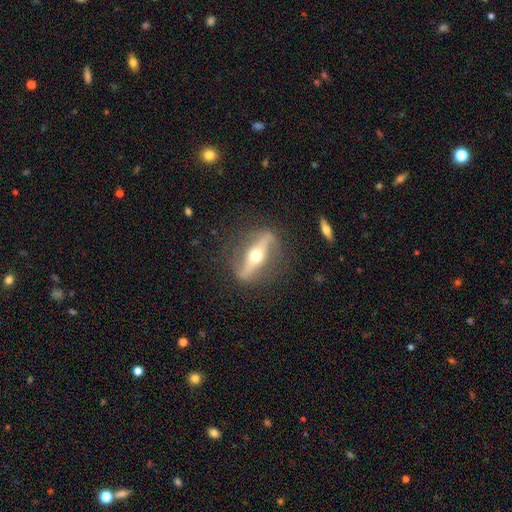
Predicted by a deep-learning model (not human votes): This appears to be a featured or disk galaxy (78%) viewed edge-on (66%) with a rounded central bulge (95%). Merging: none (81%).